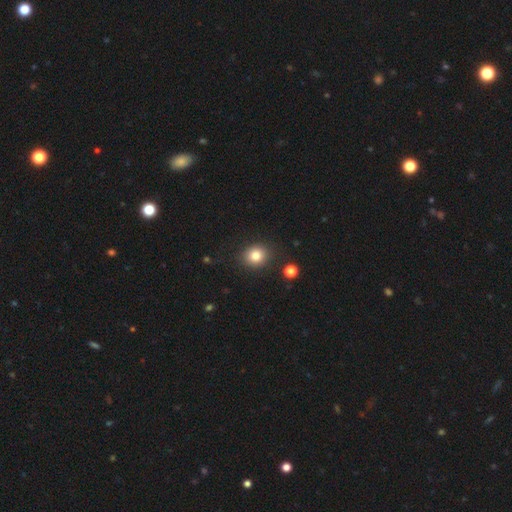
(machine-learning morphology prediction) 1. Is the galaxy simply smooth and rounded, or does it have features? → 82% smooth, 11% star or artifact, 7% featured or disk.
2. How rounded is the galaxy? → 74% round, 25% in between, 1% cigar-shaped.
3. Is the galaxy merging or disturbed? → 86% none, 9% minor disturbance, 3% major disturbance, 3% merger.